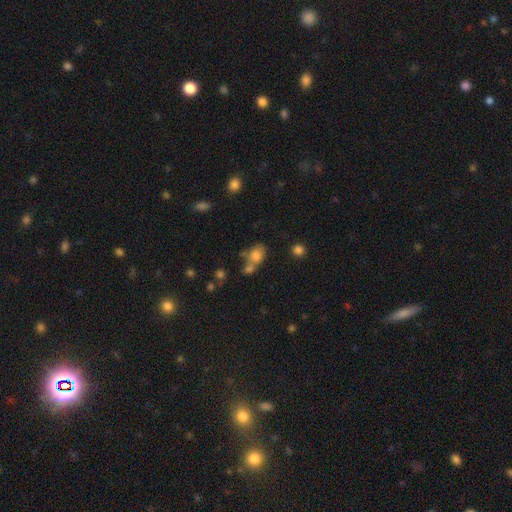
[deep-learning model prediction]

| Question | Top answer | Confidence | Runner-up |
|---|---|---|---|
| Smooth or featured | smooth | 77% | star or artifact (12%) |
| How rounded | in between | 65% | round (33%) |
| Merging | merger | 41% | none (38%) |